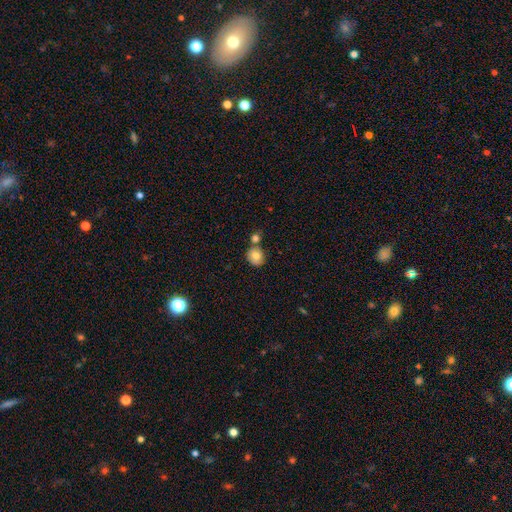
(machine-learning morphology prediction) This appears to be a smooth galaxy with no disk features (79%) that is round (77%). Merging: none (59%).